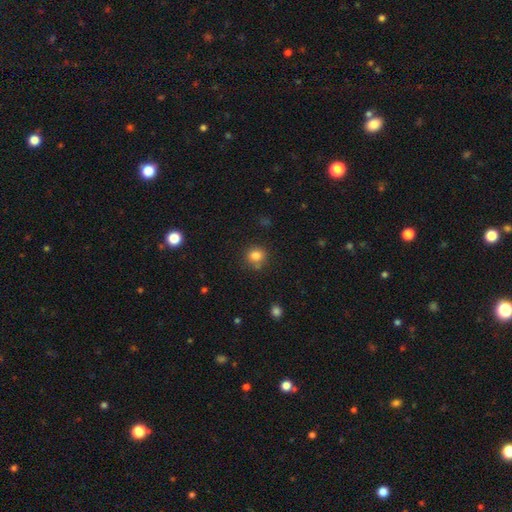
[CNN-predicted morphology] This is clearly a smooth galaxy (82%). How rounded: clearly round (81%). Merging: likely none (75%).